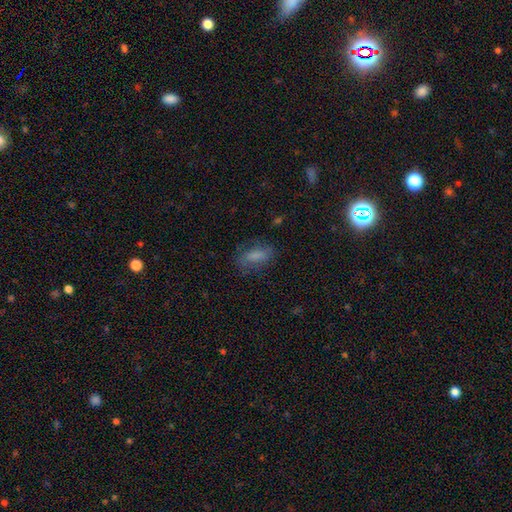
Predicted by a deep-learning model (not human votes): Smooth or featured? Predicted: smooth (p=0.72). How rounded? Predicted: in between (p=0.79). Merging? Predicted: none (p=0.67).